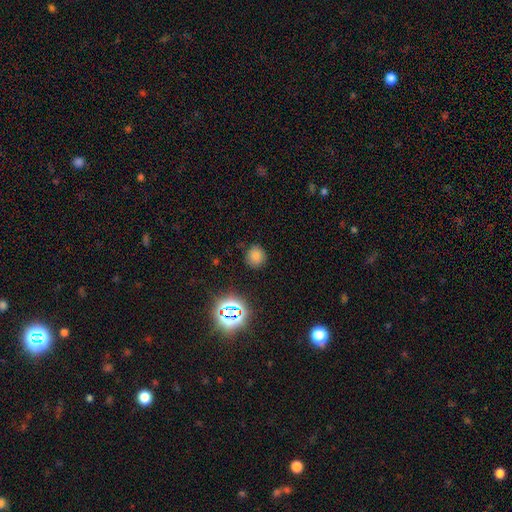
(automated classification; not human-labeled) Smooth or featured? Predicted: smooth (p=0.74). How rounded? Predicted: round (p=0.88). Merging? Predicted: none (p=0.86).